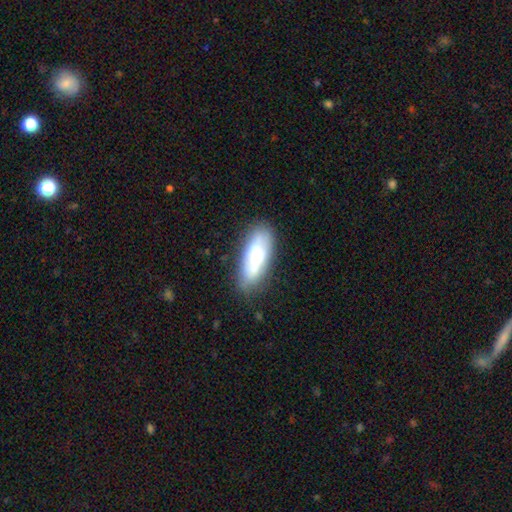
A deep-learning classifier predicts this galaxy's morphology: Overall: smooth (64%; featured or disk 28%). How rounded: in between (66%; cigar-shaped 31%). Merging: none (67%).